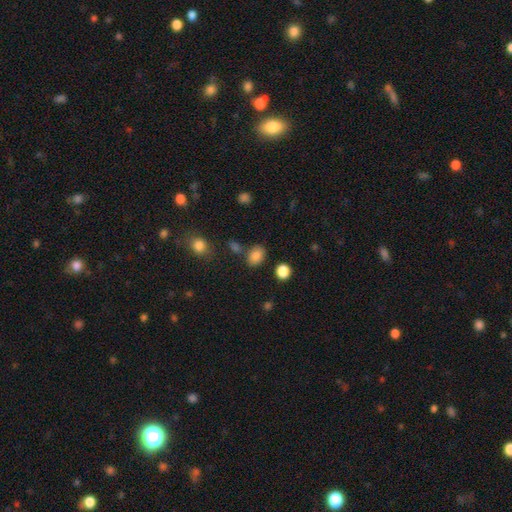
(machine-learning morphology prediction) This is clearly a smooth galaxy (84%). How rounded: likely in between (68%). Merging: likely none (75%).